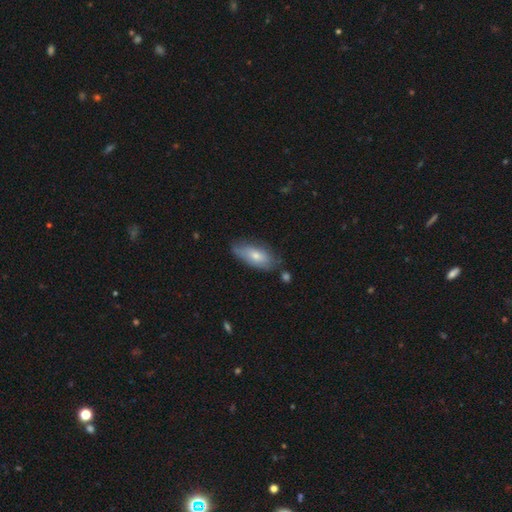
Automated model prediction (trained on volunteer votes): A smooth galaxy with no disk features (70%) that is in between round and cigar-shaped (85%).

Vote fractions:
- Smooth or featured? smooth: 70% / featured or disk: 24% / star or artifact: 6%
- How rounded? in between: 85% / cigar-shaped: 13% / round: 3%
- Merging? none: 63% / minor disturbance: 27% / major disturbance: 6% / merger: 4%